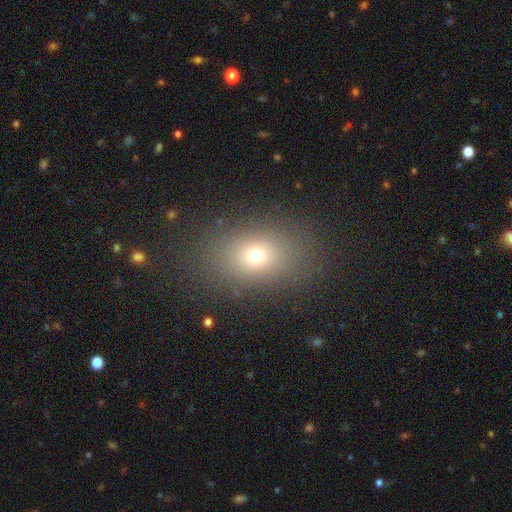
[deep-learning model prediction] A smooth galaxy with no disk features (69%) that is in between round and cigar-shaped (73%).

Vote fractions:
- Smooth or featured? smooth: 69% / star or artifact: 18% / featured or disk: 13%
- How rounded? in between: 73% / round: 25% / cigar-shaped: 2%
- Merging? none: 84% / minor disturbance: 9% / major disturbance: 5% / merger: 1%